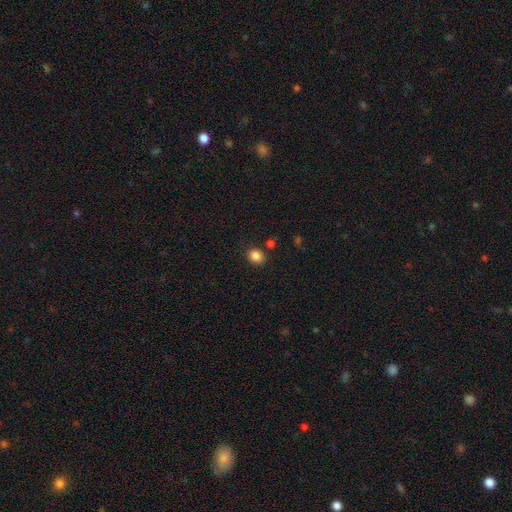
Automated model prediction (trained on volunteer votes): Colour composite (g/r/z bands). It shows a smooth galaxy with no disk features (86%) that is round (63%). Merging: none (83%).